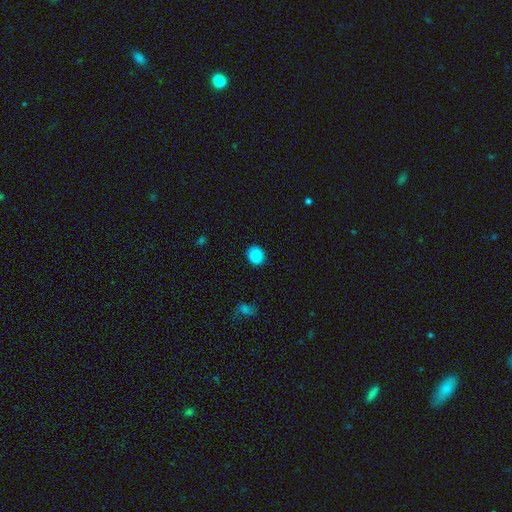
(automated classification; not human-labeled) Smooth or featured?
  - smooth: 88% *
  - star or artifact: 10%
  - featured or disk: 3%
How rounded?
  - round: 73% *
  - in between: 26%
  - cigar-shaped: 1%
Merging?
  - none: 89% *
  - minor disturbance: 8%
  - major disturbance: 2%
  - merger: 1%